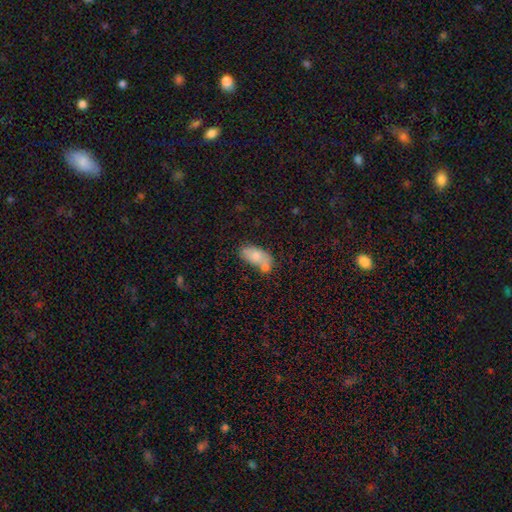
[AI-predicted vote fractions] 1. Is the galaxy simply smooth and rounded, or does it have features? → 73% smooth, 19% featured or disk, 8% star or artifact.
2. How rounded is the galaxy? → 90% in between, 5% round, 5% cigar-shaped.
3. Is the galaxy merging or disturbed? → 39% merger, 36% none, 17% minor disturbance, 7% major disturbance.